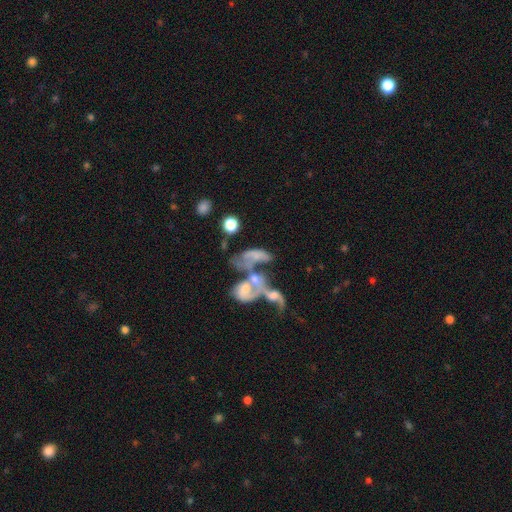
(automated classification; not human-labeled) Smooth or featured? Predicted: featured or disk (p=0.54). Edge-on disk? Predicted: no (p=0.94). Bar? Predicted: no (p=0.79). Spiral arms? Predicted: no (p=0.61). Bulge size? Predicted: none (p=0.49). Merging? Predicted: merger (p=0.66).